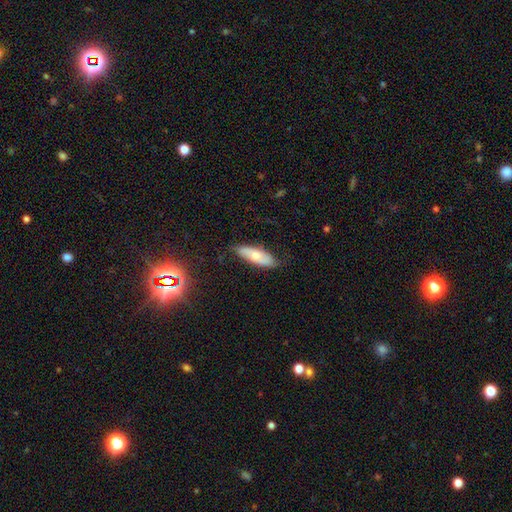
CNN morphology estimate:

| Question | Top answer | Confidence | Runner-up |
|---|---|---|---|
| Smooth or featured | smooth | 62% | featured or disk (32%) |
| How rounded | in between | 62% | cigar-shaped (36%) |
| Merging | none | 74% | minor disturbance (20%) |